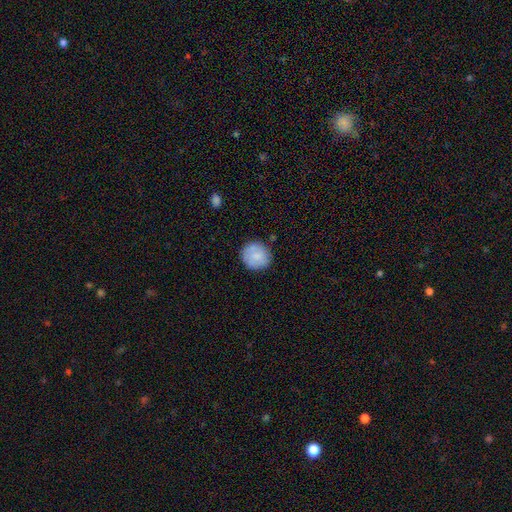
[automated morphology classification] Smooth or featured?
  - smooth: 81% *
  - featured or disk: 12%
  - star or artifact: 7%
How rounded?
  - round: 88% *
  - in between: 11%
  - cigar-shaped: 1%
Merging?
  - none: 82% *
  - minor disturbance: 13%
  - major disturbance: 3%
  - merger: 2%